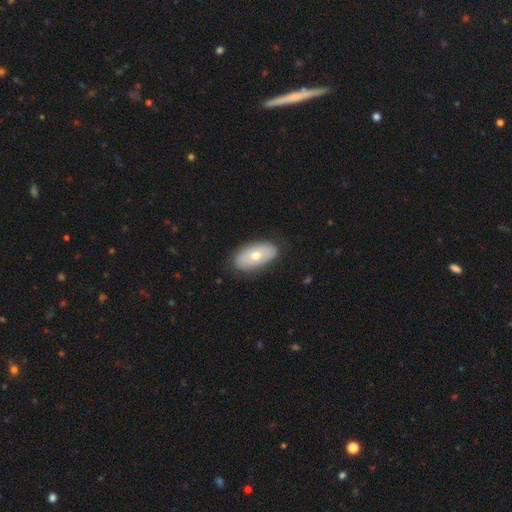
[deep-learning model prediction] smooth_or_featured: smooth (p=0.59) [alt: featured or disk p=0.35]
how_rounded: in between (p=0.92) [alt: round p=0.05]
merging: none (p=0.83) [alt: minor disturbance p=0.12]